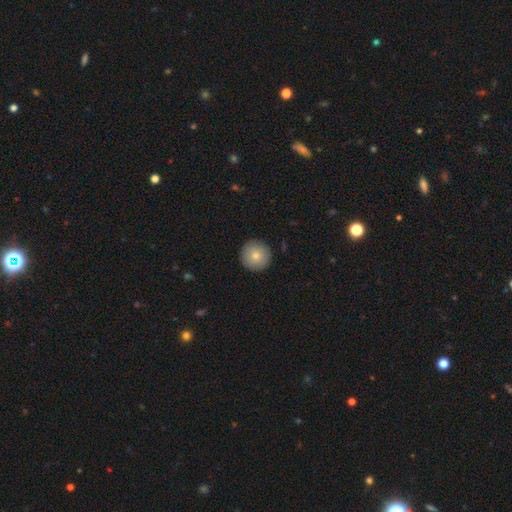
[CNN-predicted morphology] A smooth galaxy with no disk features (80%) that is round (96%). Merging: none (92%).